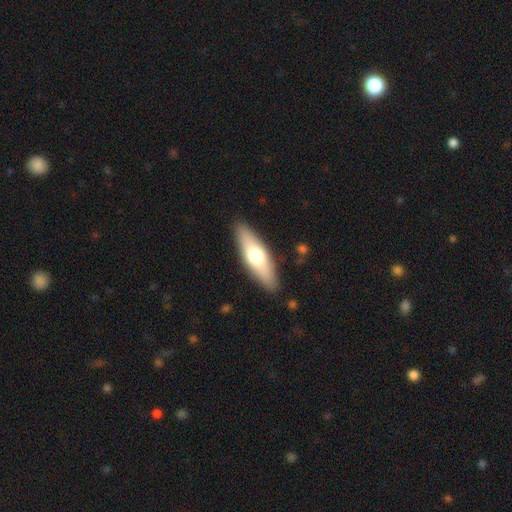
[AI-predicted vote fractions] smooth_or_featured: smooth (p=0.62) [alt: featured or disk p=0.33]
how_rounded: cigar-shaped (p=0.50) [alt: in between p=0.48]
merging: none (p=0.88) [alt: minor disturbance p=0.09]